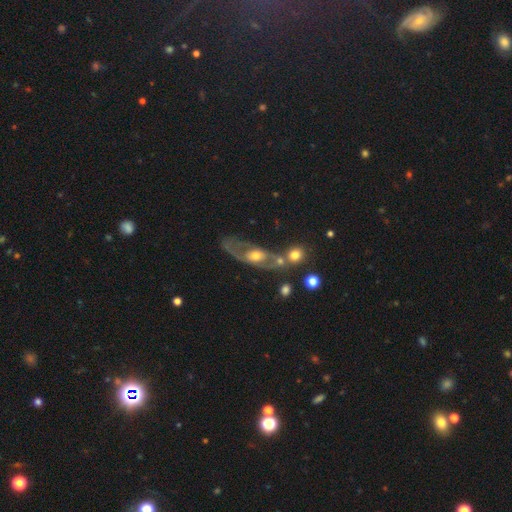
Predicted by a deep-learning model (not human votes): Smooth or featured? featured or disk (66%)
Edge-on disk? no (80%)
Bar? no (73%)
Spiral arms? no (51%)
Bulge size? moderate (65%)
Merging? none (43%)